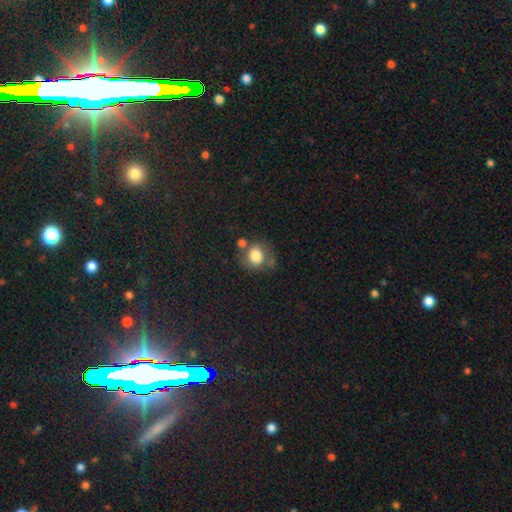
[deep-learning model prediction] This is likely a smooth galaxy (77%). How rounded: likely round (70%). Merging: possibly none (54%).